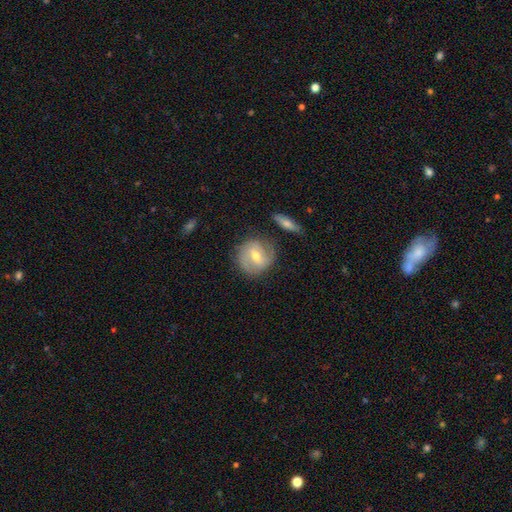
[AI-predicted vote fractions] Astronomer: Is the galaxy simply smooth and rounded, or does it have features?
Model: featured or disk — 65%.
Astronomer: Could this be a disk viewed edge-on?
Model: no — 96%.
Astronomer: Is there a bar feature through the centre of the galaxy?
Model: weak — 51% (runner-up: no, 30%).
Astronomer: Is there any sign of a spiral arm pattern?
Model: yes — 86%.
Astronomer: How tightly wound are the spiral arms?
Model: medium — 43% (runner-up: tight, 38%).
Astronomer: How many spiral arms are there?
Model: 2 — 64%.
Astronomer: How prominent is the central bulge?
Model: moderate — 63%.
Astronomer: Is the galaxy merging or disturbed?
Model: none — 73%.